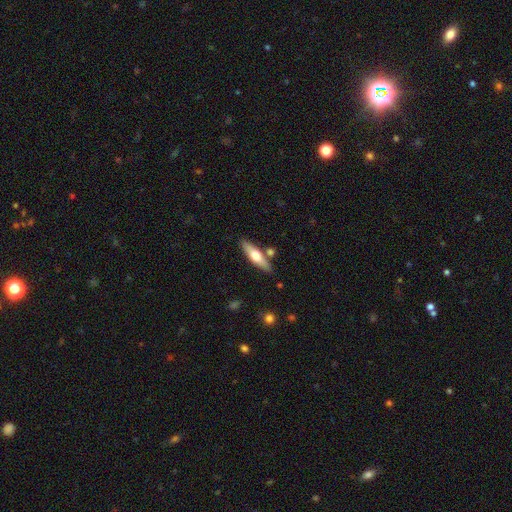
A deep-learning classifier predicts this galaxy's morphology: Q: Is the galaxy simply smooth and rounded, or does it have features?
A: smooth — 49%.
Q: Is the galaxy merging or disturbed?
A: none — 80%.